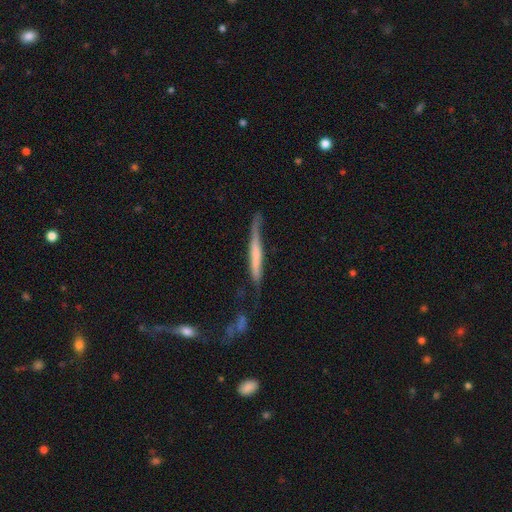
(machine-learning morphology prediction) Overall: featured or disk (52%; smooth 42%). Edge-on disk: yes (88%). Merging: none (49%; minor disturbance 29%).